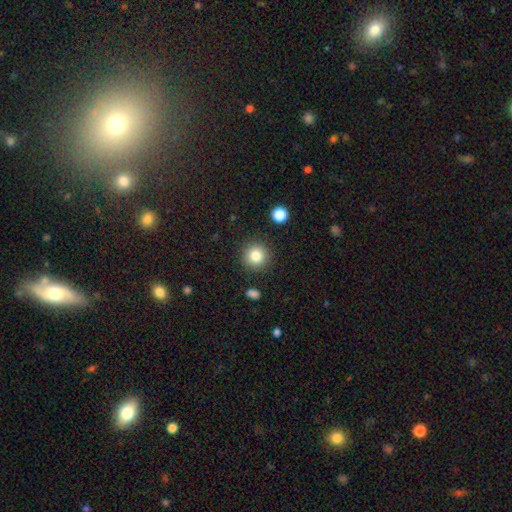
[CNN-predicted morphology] Smooth or featured? Predicted: smooth (p=0.83). How rounded? Predicted: round (p=0.94). Merging? Predicted: none (p=0.89).